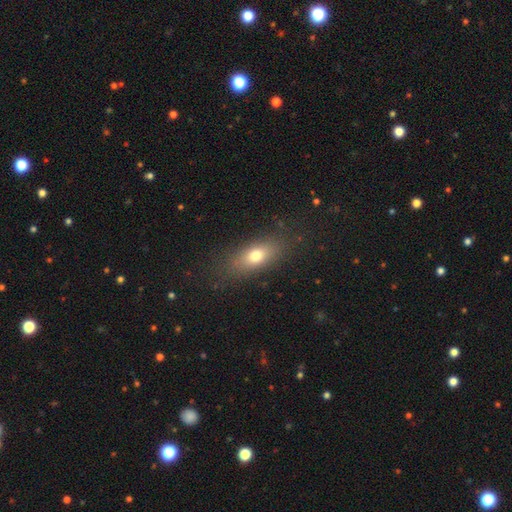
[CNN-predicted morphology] smooth_or_featured: smooth (p=0.73) [alt: featured or disk p=0.17]
how_rounded: in between (p=0.77) [alt: cigar-shaped p=0.13]
merging: none (p=0.81) [alt: minor disturbance p=0.12]